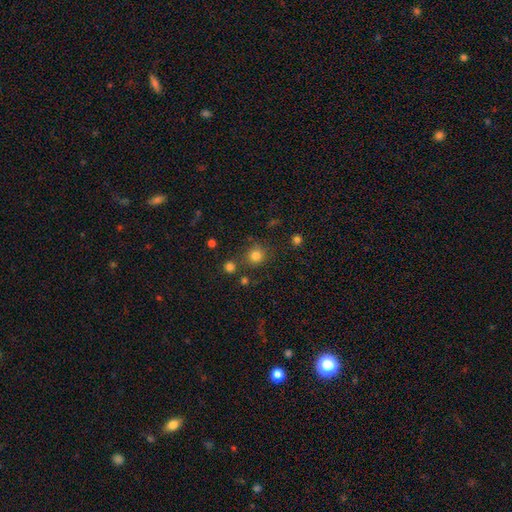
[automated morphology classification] The model was most divided on "merging": none: 76%, minor disturbance: 11%, merger: 9%, major disturbance: 5%. More confident: how rounded — round (90%); smooth or featured — smooth (80%).